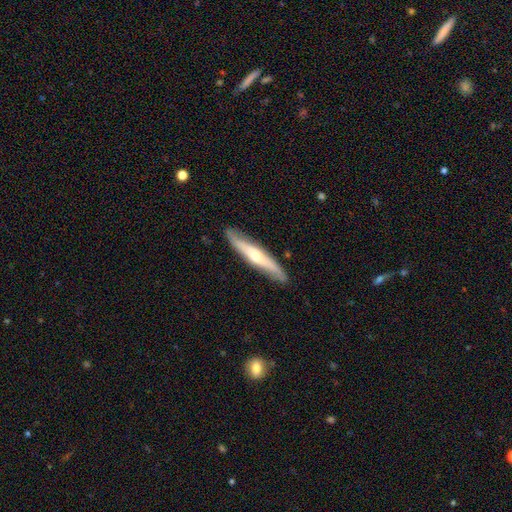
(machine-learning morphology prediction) type=featured or disk (57%); edge-on=yes (79%); merging=none (86%).